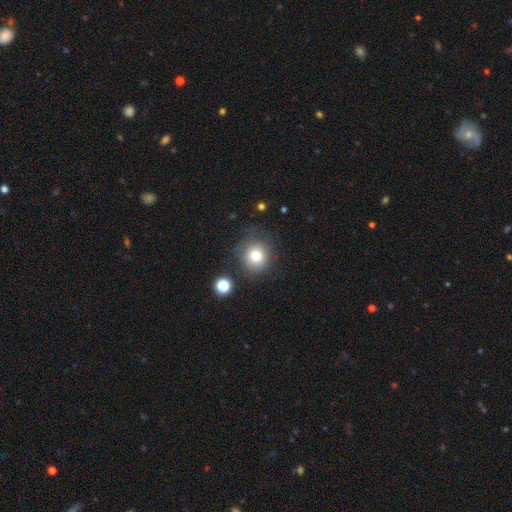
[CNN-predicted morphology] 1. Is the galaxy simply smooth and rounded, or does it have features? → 80% smooth, 11% star or artifact, 8% featured or disk.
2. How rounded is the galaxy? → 87% round, 12% in between, 1% cigar-shaped.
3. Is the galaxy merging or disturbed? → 73% none, 16% minor disturbance, 7% major disturbance, 4% merger.